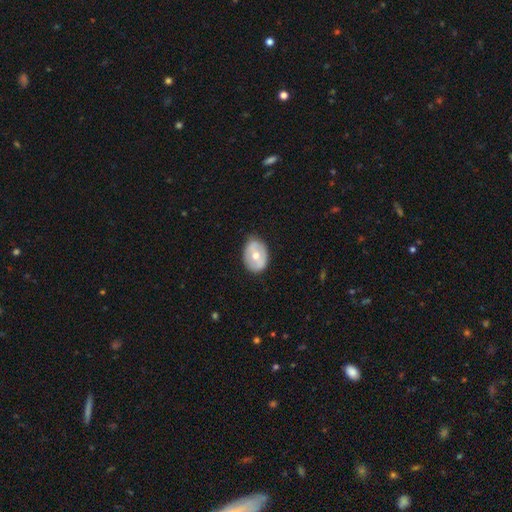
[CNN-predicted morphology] Smooth or featured? smooth (49%)
Merging? none (80%)